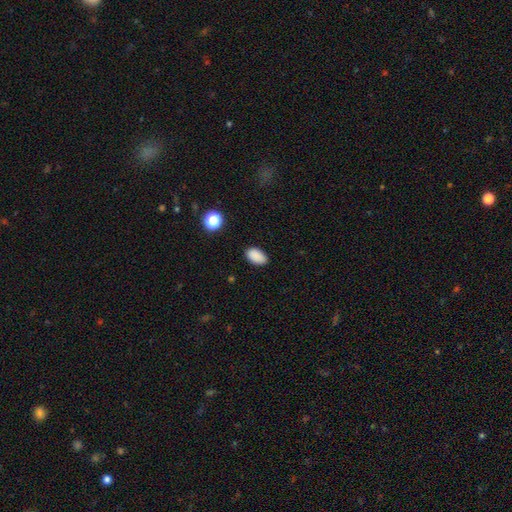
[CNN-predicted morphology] Overall: smooth (88%). How rounded: in between (92%). Merging: none (86%).